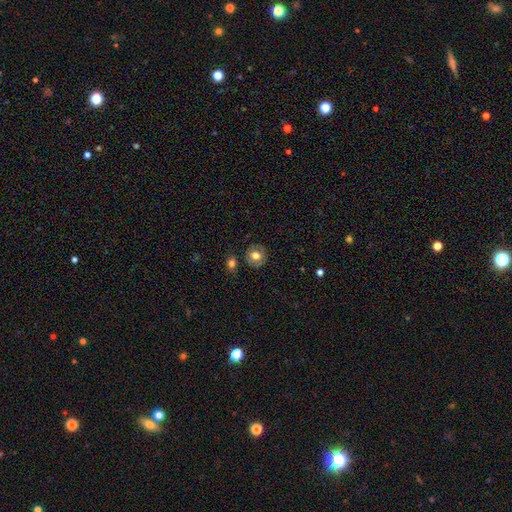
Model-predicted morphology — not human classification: Smooth or featured? smooth (67%)
How rounded? round (87%)
Merging? none (81%)